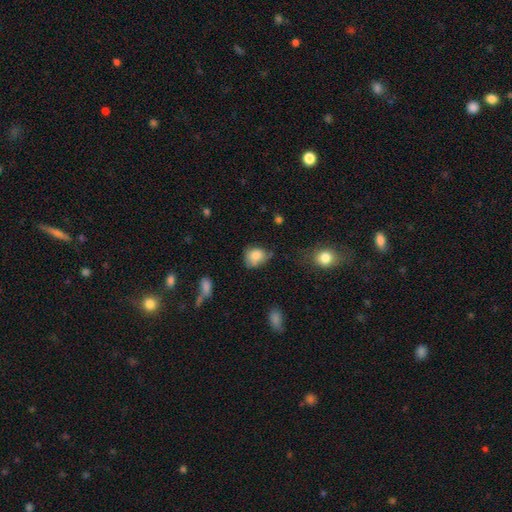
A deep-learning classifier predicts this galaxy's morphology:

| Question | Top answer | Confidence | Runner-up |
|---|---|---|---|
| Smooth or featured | smooth | 80% | featured or disk (11%) |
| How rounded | round | 54% | in between (45%) |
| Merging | none | 45% | minor disturbance (37%) |